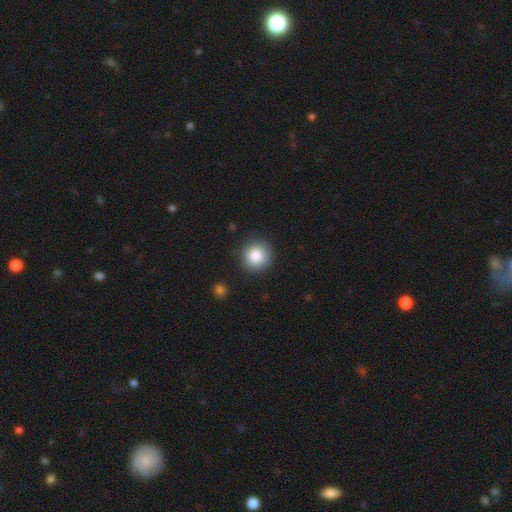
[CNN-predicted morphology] Q: Smooth or featured?
A: smooth (85%); runner-up: star or artifact (9%)
Q: How rounded?
A: round (92%); runner-up: in between (7%)
Q: Merging?
A: none (88%); runner-up: minor disturbance (8%)